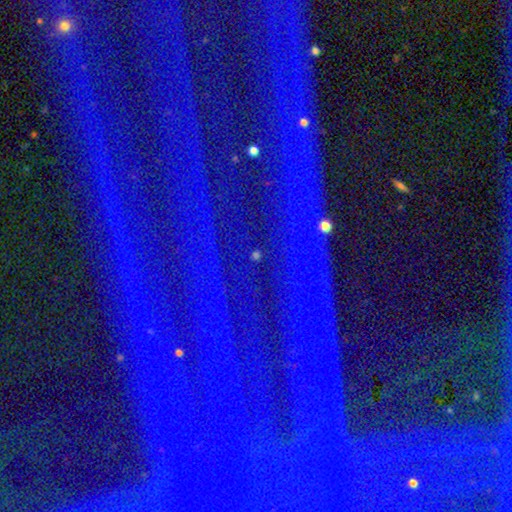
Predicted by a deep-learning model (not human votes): This appears to be a star or artifact, not a galaxy (87%).